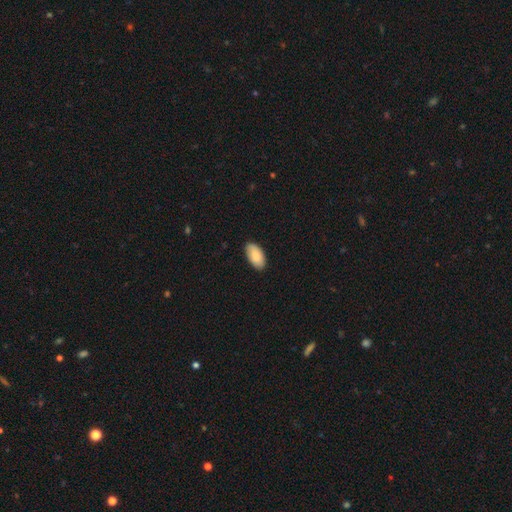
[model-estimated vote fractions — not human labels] This appears to be a smooth galaxy with no disk features (88%) that is in between round and cigar-shaped (96%). Merging: none (88%).